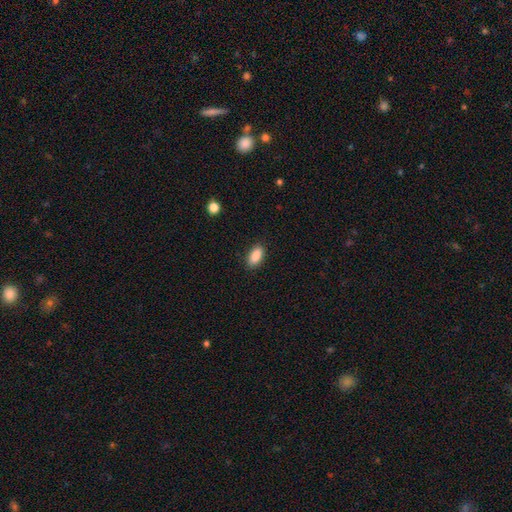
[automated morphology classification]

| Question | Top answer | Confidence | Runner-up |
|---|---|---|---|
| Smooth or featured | smooth | 89% | star or artifact (7%) |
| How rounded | in between | 92% | cigar-shaped (5%) |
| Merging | none | 88% | minor disturbance (9%) |